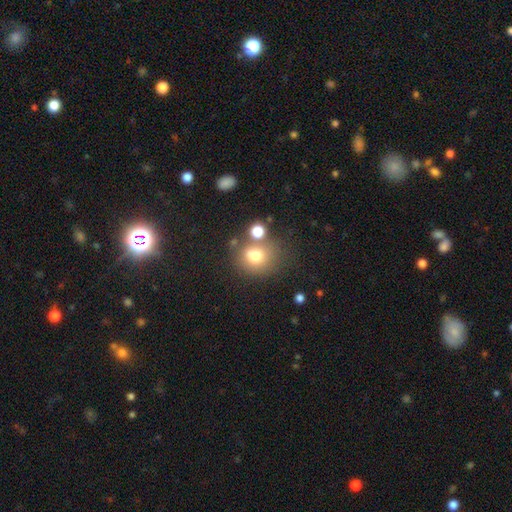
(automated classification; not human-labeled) Q: Smooth or featured?
A: smooth (73%); runner-up: star or artifact (14%)
Q: How rounded?
A: round (70%); runner-up: in between (29%)
Q: Merging?
A: none (58%); runner-up: merger (21%)